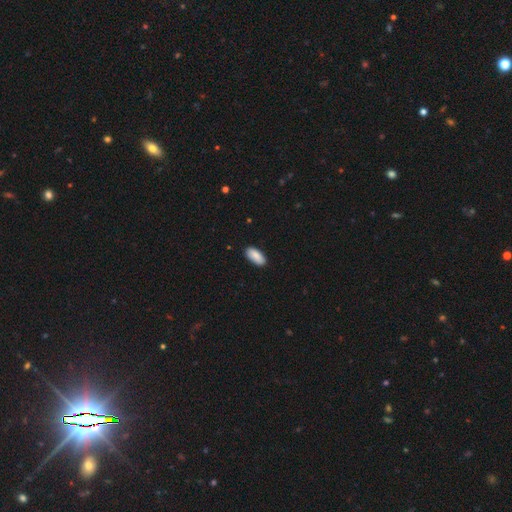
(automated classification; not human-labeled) This is clearly a smooth galaxy (89%). How rounded: clearly in between (89%). Merging: clearly none (88%).